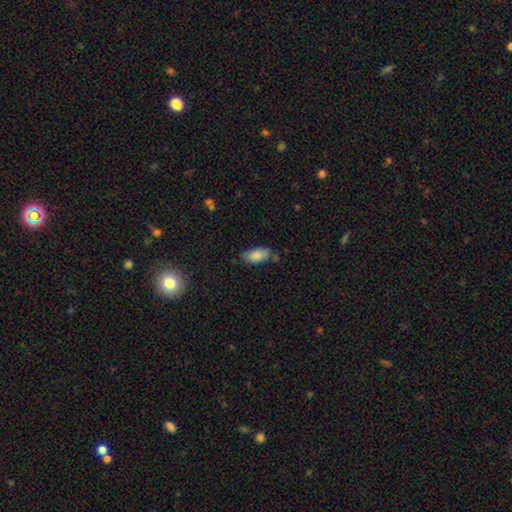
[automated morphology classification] type=smooth (84%); roundness=in between (90%); merging=none (69%).